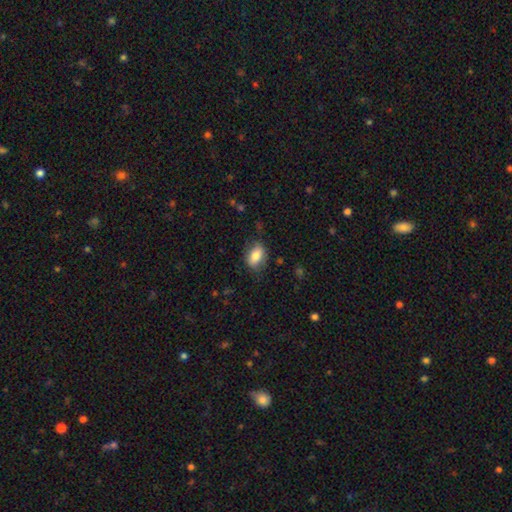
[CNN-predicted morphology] A smooth galaxy with no disk features (79%) that is in between round and cigar-shaped (82%). Merging: none (76%).